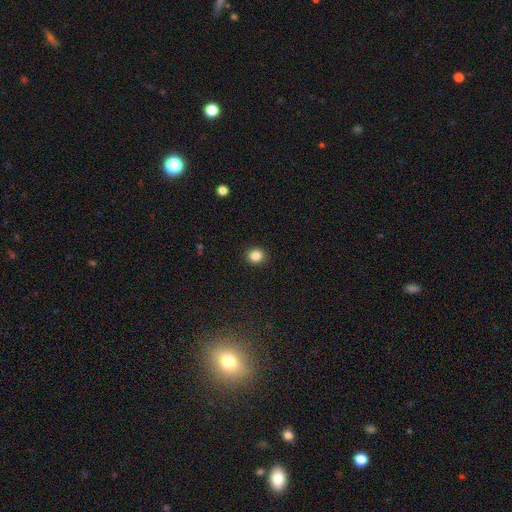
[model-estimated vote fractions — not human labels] This appears to be a smooth galaxy with no disk features (85%) that is round (78%). Merging: none (91%).